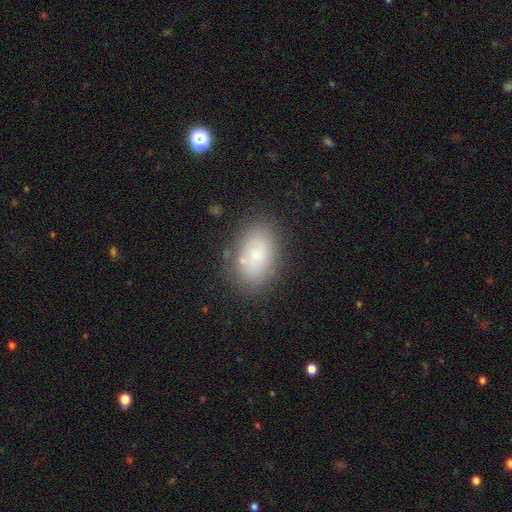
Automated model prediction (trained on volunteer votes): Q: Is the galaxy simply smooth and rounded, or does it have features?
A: smooth — 77%.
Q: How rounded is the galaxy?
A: in between — 87%.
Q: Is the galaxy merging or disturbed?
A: none — 76%.